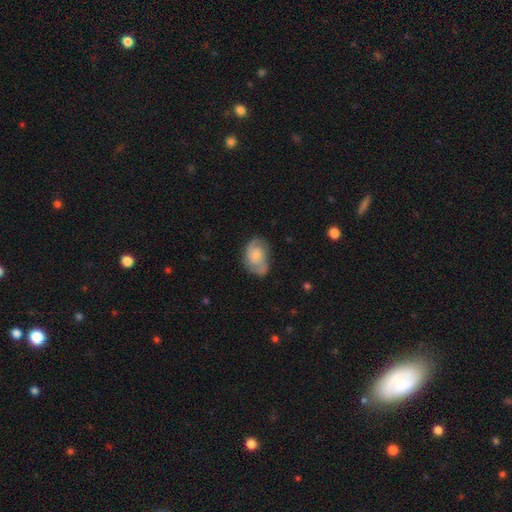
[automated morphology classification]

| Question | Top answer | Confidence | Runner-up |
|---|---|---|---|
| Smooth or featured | featured or disk | 64% | smooth (29%) |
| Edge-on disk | no | 97% | yes (3%) |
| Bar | no | 66% | weak (30%) |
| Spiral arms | yes | 91% | no (9%) |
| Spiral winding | medium | 48% | tight (31%) |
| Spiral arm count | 2 | 81% | can't tell (10%) |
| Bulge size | small | 43% | moderate (29%) |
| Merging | none | 67% | minor disturbance (22%) |